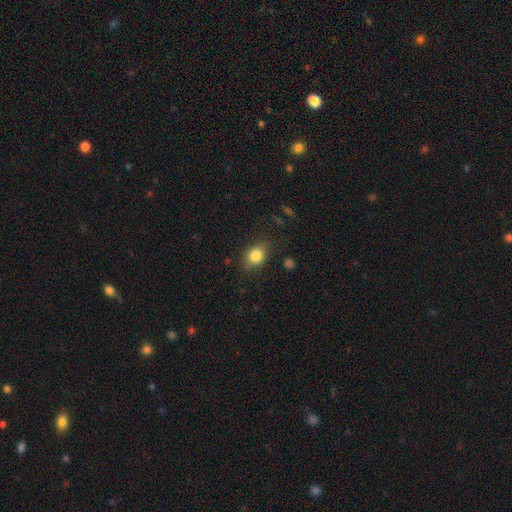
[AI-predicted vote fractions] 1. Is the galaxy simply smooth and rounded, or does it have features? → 83% smooth, 10% star or artifact, 7% featured or disk.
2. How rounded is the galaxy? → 51% in between, 48% round, 1% cigar-shaped.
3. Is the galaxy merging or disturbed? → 79% none, 15% minor disturbance, 4% major disturbance, 2% merger.